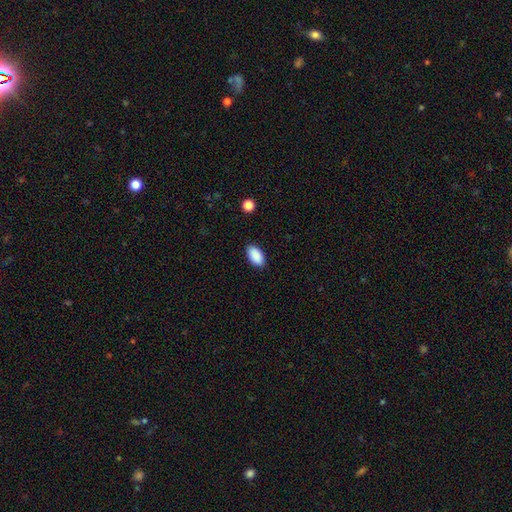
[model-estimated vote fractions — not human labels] Smooth or featured? Predicted: smooth (p=0.90). How rounded? Predicted: in between (p=0.94). Merging? Predicted: none (p=0.88).